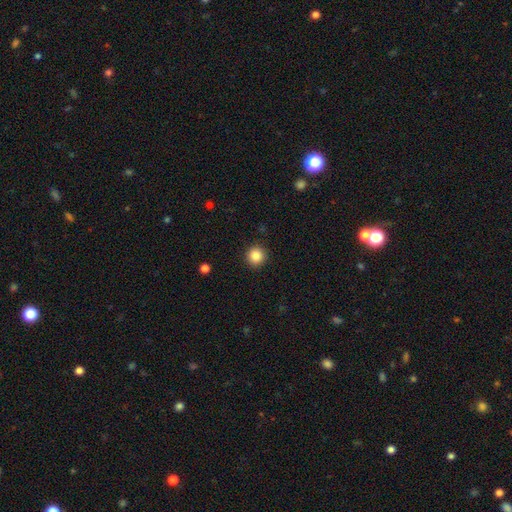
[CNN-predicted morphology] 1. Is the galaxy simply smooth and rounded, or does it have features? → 86% smooth, 10% star or artifact, 4% featured or disk.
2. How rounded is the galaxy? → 94% round, 5% in between, 1% cigar-shaped.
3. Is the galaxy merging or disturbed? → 92% none, 5% minor disturbance, 2% major disturbance, 1% merger.